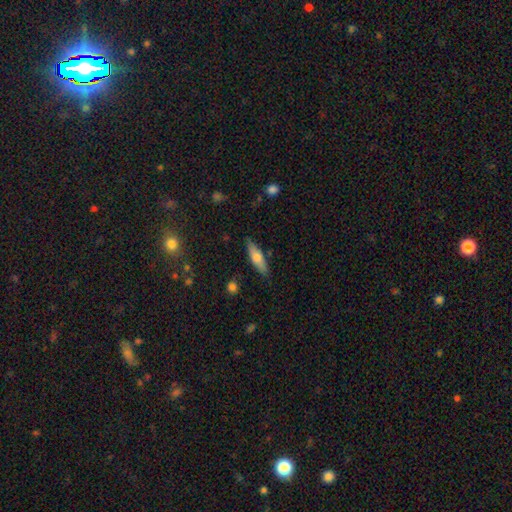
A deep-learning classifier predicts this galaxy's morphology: Smooth or featured: smooth — 61% (featured or disk — 32%)
How rounded: cigar-shaped — 57% (in between — 41%)
Merging: none — 84% (minor disturbance — 12%)